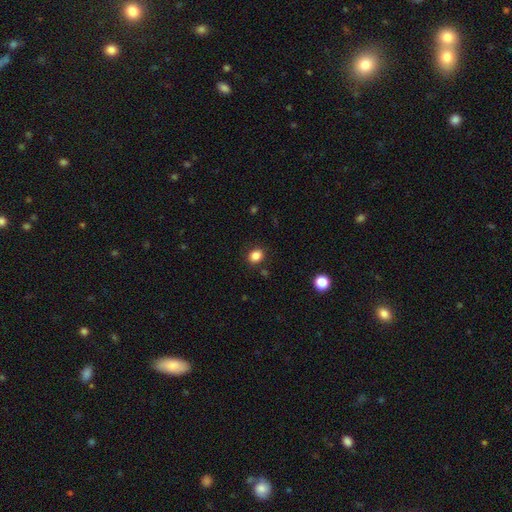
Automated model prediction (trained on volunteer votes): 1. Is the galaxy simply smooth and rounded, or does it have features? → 86% smooth, 10% star or artifact, 4% featured or disk.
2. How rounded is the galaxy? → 50% round, 49% in between, 1% cigar-shaped.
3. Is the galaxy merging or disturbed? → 87% none, 9% minor disturbance, 3% major disturbance, 2% merger.